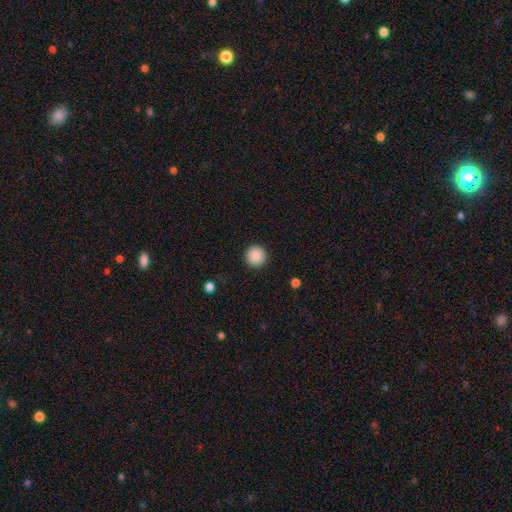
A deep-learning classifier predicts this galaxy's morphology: The model was most divided on "smooth or featured": smooth: 89%, star or artifact: 8%, featured or disk: 3%. More confident: how rounded — round (96%); merging — none (93%).